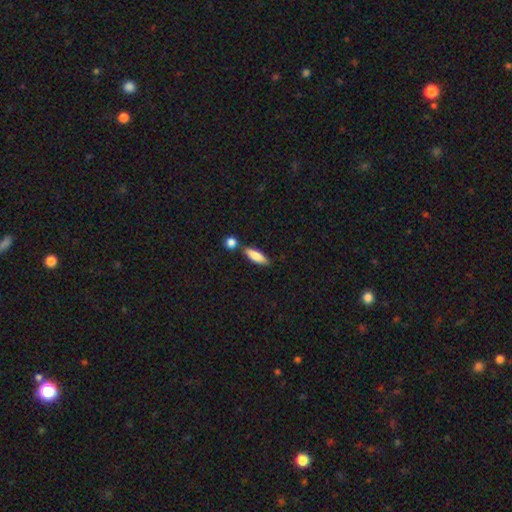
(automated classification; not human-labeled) smooth_or_featured: smooth (p=0.81) [alt: featured or disk p=0.13]
how_rounded: cigar-shaped (p=0.51) [alt: in between p=0.46]
merging: none (p=0.71) [alt: merger p=0.14]